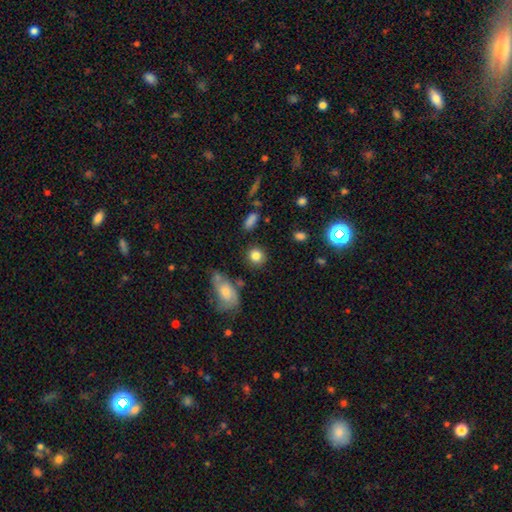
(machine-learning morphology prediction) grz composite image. It shows a smooth galaxy with no disk features (84%) that is round (83%). Merging: none (83%).